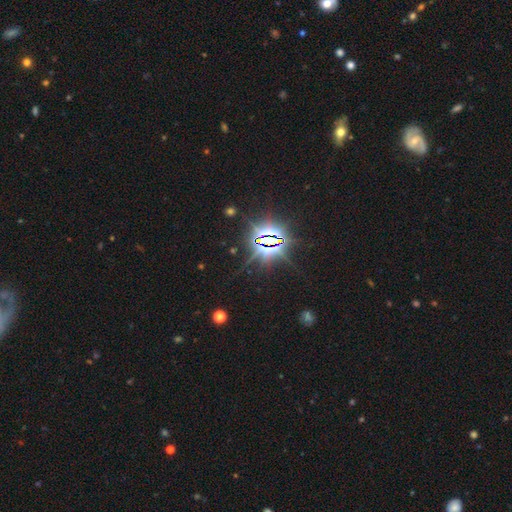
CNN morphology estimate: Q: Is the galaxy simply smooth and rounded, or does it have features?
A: star or artifact — 85%.